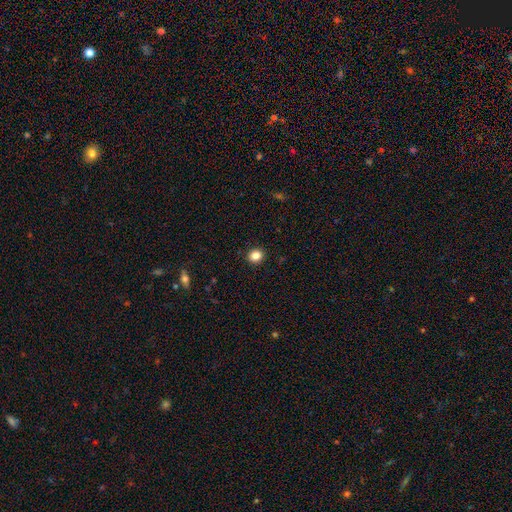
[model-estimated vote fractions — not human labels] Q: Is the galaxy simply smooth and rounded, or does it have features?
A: smooth — 84%.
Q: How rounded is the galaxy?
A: round — 80%.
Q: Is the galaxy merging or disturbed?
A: none — 92%.